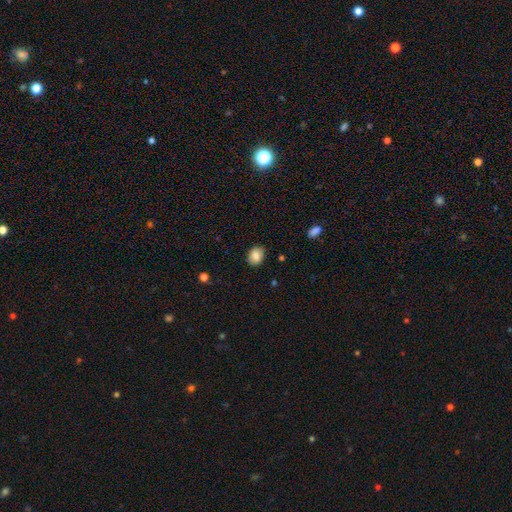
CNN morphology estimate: A smooth galaxy with no disk features (86%) that is in between round and cigar-shaped (56%). Merging: none (84%).